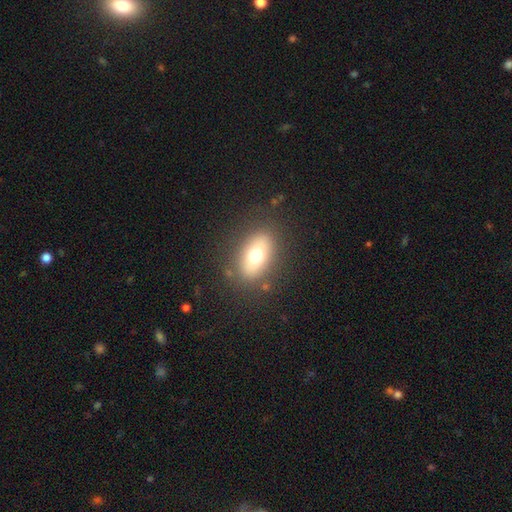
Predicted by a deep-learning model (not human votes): Q: Smooth or featured?
A: smooth (66%); runner-up: featured or disk (24%)
Q: How rounded?
A: in between (82%); runner-up: round (14%)
Q: Merging?
A: none (82%); runner-up: minor disturbance (11%)